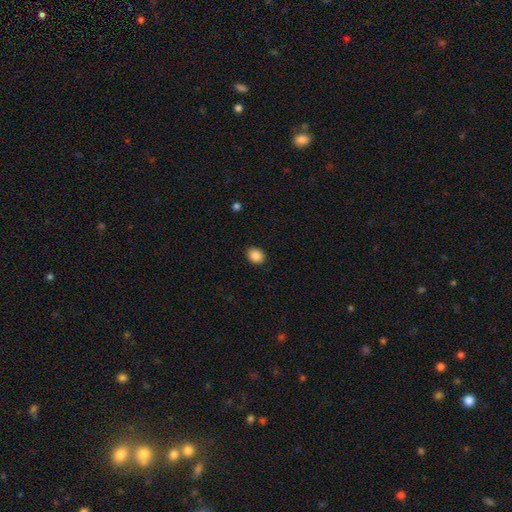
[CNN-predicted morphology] Overall: smooth (88%). How rounded: in between (56%; round 43%). Merging: none (89%).